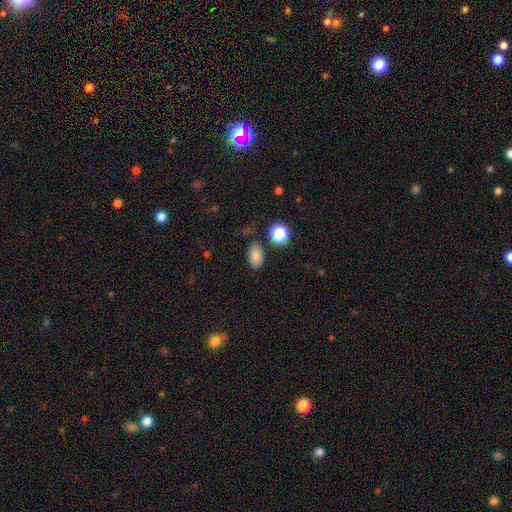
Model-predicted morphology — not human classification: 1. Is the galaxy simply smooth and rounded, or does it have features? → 80% smooth, 13% star or artifact, 7% featured or disk.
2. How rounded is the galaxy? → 88% in between, 10% round, 2% cigar-shaped.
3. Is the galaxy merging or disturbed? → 79% none, 13% minor disturbance, 4% merger, 4% major disturbance.